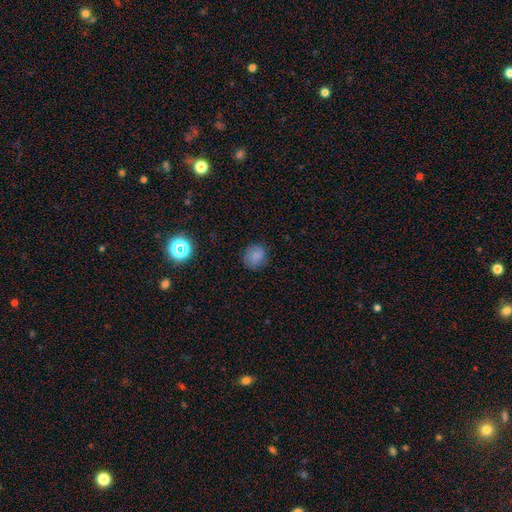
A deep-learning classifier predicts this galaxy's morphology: A smooth galaxy with no disk features (81%) that is round (82%).

Vote fractions:
- Smooth or featured? smooth: 81% / star or artifact: 13% / featured or disk: 7%
- How rounded? round: 82% / in between: 17% / cigar-shaped: 1%
- Merging? none: 82% / minor disturbance: 13% / major disturbance: 4% / merger: 1%